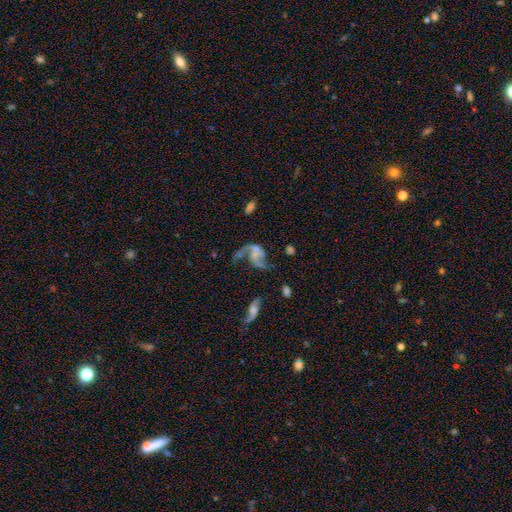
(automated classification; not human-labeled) A featured or disk galaxy (74%) with no bar (68%), 2 (69%) loose (77%) spiral arms (79%) and no central bulge (53%).

Vote fractions:
- Smooth or featured? featured or disk: 74% / smooth: 16% / star or artifact: 10%
- Edge-on disk? no: 97% / yes: 3%
- Bar? no: 68% / weak: 25% / strong: 7%
- Spiral arms? yes: 79% / no: 21%
- Spiral winding? loose: 77% / medium: 18% / tight: 4%
- Spiral arm count? 2: 69% / 1: 21% / can't tell: 5% / 3: 2% / 4: 1% / more than 4: 1%
- Bulge size? none: 53% / small: 30% / moderate: 13% / large: 3% / dominant: 2%
- Merging? major disturbance: 39% / none: 28% / merger: 17% / minor disturbance: 15%